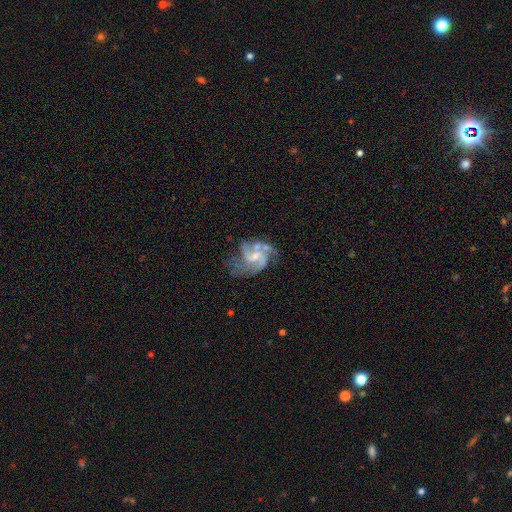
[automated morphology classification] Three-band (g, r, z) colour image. It shows a featured or disk galaxy (81%) with a weak bar (47%), 2 (37%) medium (47%) spiral arms (88%) and a small central bulge (38%). Merging: none (40%).